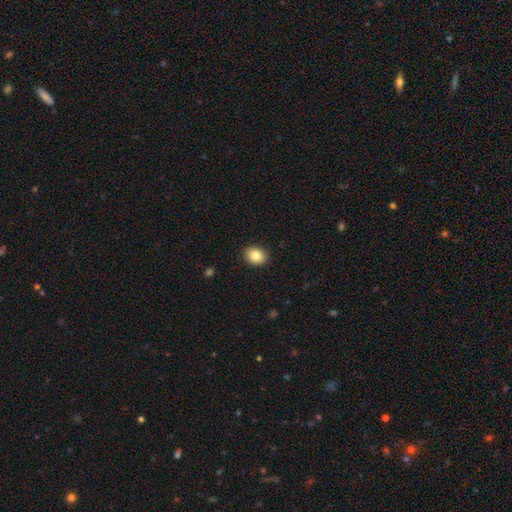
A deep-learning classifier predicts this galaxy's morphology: Smooth or featured? smooth (84%)
How rounded? in between (53%)
Merging? none (90%)